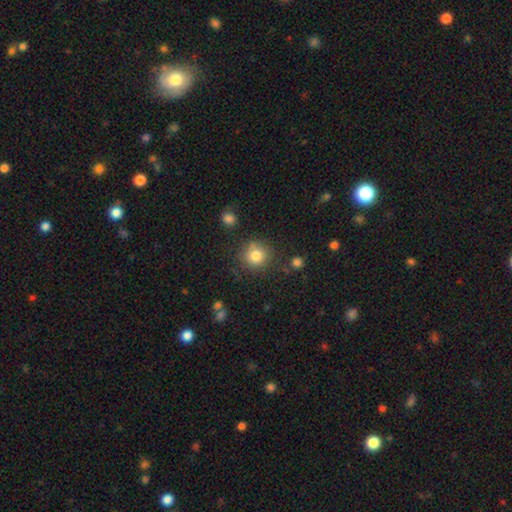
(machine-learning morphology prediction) A smooth galaxy with no disk features (82%) that is round (91%).

Vote fractions:
- Smooth or featured? smooth: 82% / star or artifact: 11% / featured or disk: 7%
- How rounded? round: 91% / in between: 8% / cigar-shaped: 1%
- Merging? none: 79% / minor disturbance: 12% / merger: 5% / major disturbance: 4%